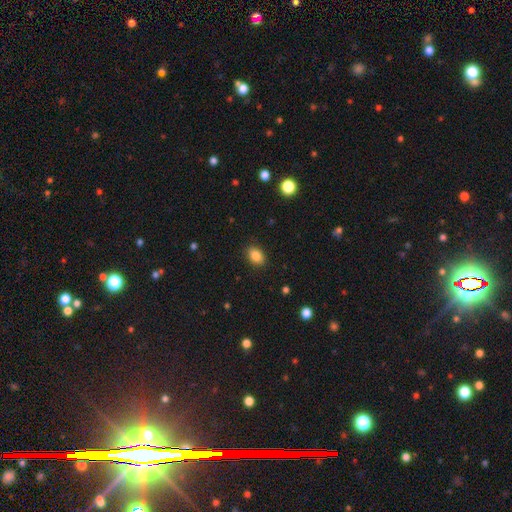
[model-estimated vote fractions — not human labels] Smooth or featured? Predicted: smooth (p=0.86). How rounded? Predicted: in between (p=0.81). Merging? Predicted: none (p=0.88).